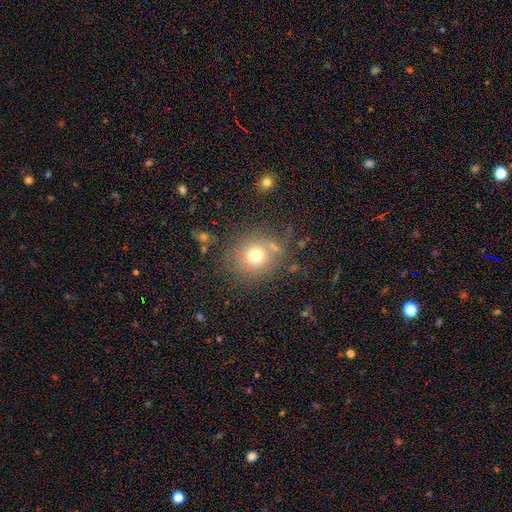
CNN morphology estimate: Smooth or featured?
  - smooth: 68% *
  - star or artifact: 16%
  - featured or disk: 16%
How rounded?
  - round: 86% *
  - in between: 13%
  - cigar-shaped: 1%
Merging?
  - none: 71% *
  - minor disturbance: 14%
  - major disturbance: 7%
  - merger: 7%